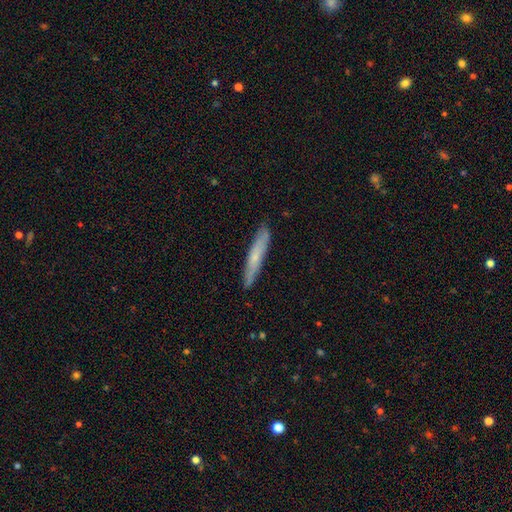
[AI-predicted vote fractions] Overall: smooth (54%; featured or disk 40%). How rounded: cigar-shaped (93%). Merging: none (86%).